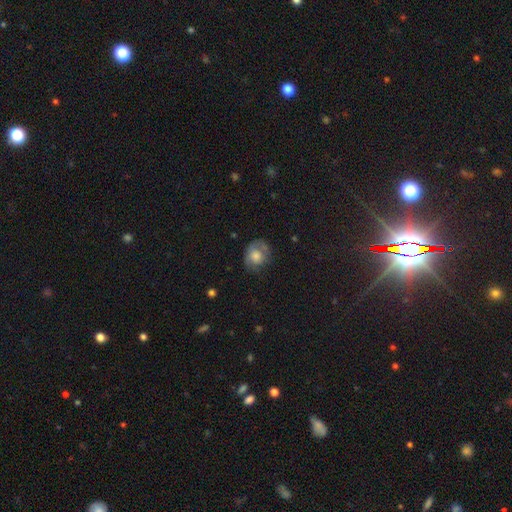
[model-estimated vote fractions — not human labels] Smooth or featured?
  - smooth: 61% *
  - featured or disk: 31%
  - star or artifact: 9%
How rounded?
  - round: 57% *
  - in between: 42%
  - cigar-shaped: 1%
Merging?
  - none: 52% *
  - minor disturbance: 29%
  - major disturbance: 17%
  - merger: 2%